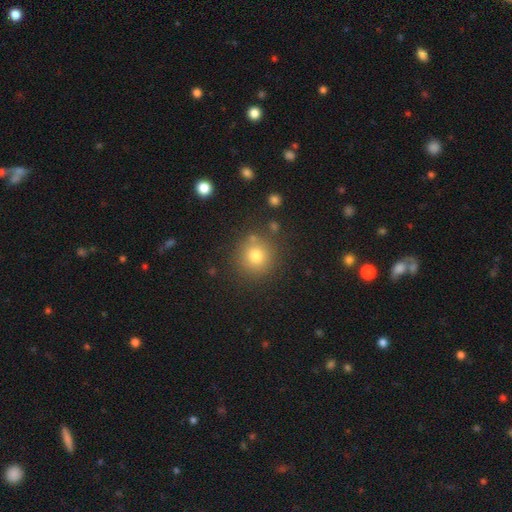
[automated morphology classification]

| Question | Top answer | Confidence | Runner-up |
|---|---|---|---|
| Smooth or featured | smooth | 77% | star or artifact (14%) |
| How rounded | round | 93% | in between (6%) |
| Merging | none | 83% | minor disturbance (9%) |